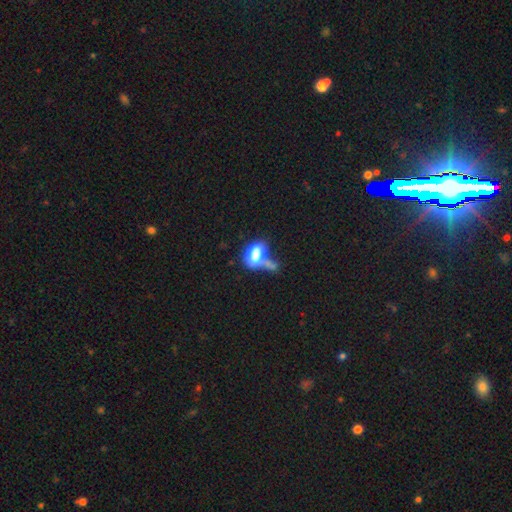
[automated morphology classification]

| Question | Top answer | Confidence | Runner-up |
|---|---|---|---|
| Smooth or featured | smooth | 77% | featured or disk (14%) |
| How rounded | in between | 90% | round (7%) |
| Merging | merger | 41% | none (22%) |